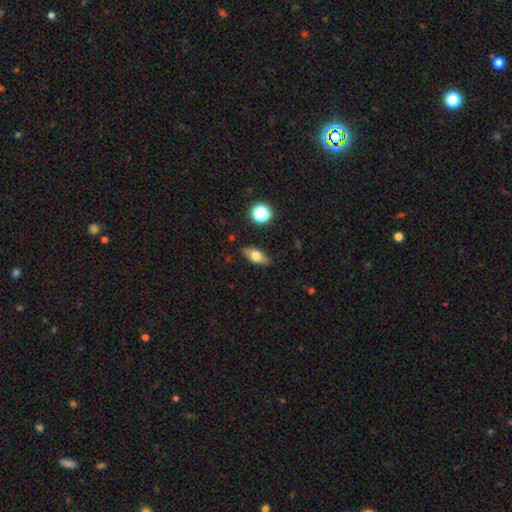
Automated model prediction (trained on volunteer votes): Morphology: type=smooth (71%); roundness=in between (80%); merging=none (85%).